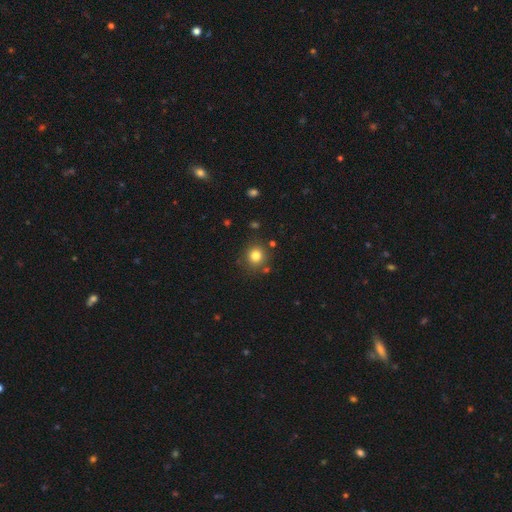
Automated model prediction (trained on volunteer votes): This appears to be a smooth galaxy with no disk features (81%) that is round (89%). Merging: none (83%).